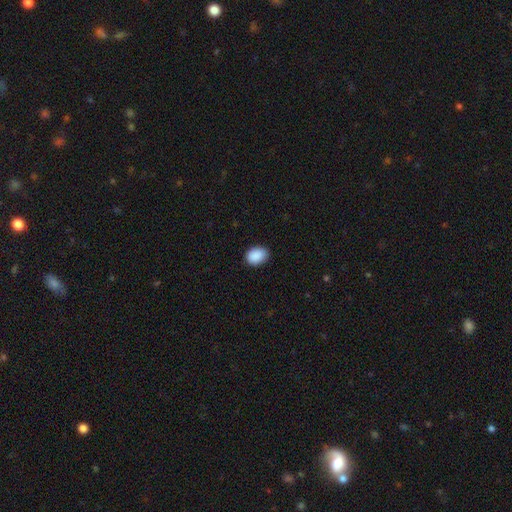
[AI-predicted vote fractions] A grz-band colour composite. It shows a smooth galaxy with no disk features (90%) that is in between round and cigar-shaped (70%). Merging: none (85%).